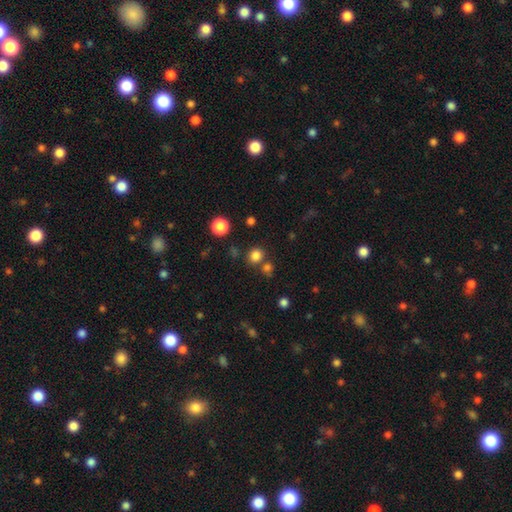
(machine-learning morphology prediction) Smooth or featured?
  - smooth: 80% *
  - star or artifact: 16%
  - featured or disk: 5%
How rounded?
  - round: 80% *
  - in between: 19%
  - cigar-shaped: 1%
Merging?
  - none: 75% *
  - merger: 14%
  - minor disturbance: 7%
  - major disturbance: 3%